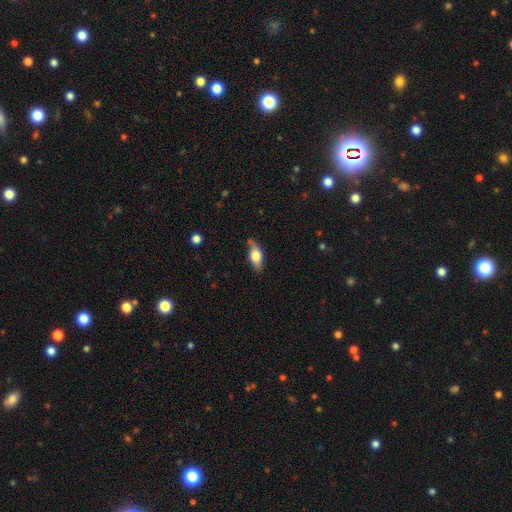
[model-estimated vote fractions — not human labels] Smooth or featured? smooth (64%)
How rounded? in between (79%)
Merging? none (71%)